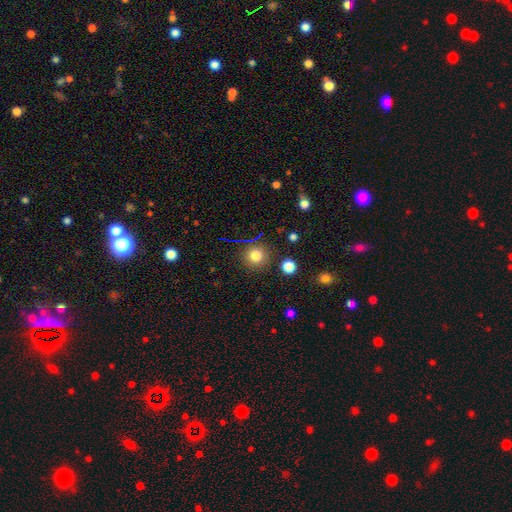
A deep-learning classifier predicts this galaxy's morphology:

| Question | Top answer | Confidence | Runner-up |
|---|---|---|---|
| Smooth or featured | smooth | 79% | star or artifact (14%) |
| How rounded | round | 94% | in between (5%) |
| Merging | none | 87% | minor disturbance (7%) |